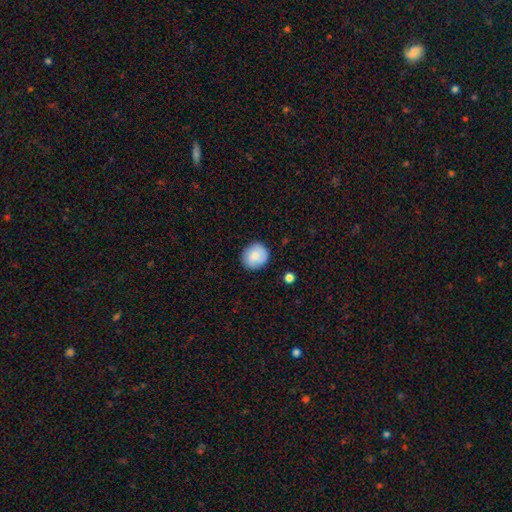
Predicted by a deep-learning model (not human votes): Overall: smooth (83%). How rounded: round (87%). Merging: none (87%).